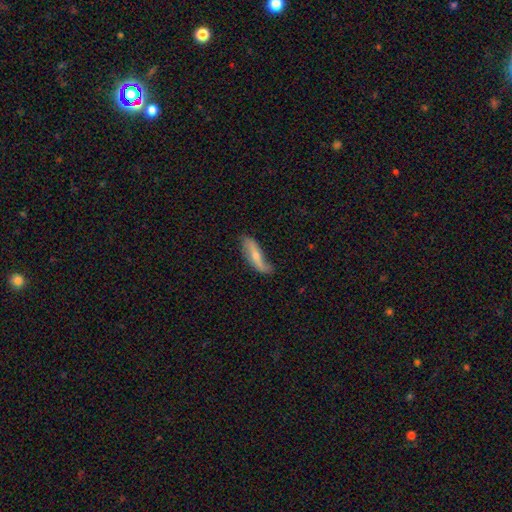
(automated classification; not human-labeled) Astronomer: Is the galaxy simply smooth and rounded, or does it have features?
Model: featured or disk — 53% (runner-up: smooth, 41%).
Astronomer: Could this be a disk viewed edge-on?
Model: no — 70%.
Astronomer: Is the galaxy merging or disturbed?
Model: none — 60%.